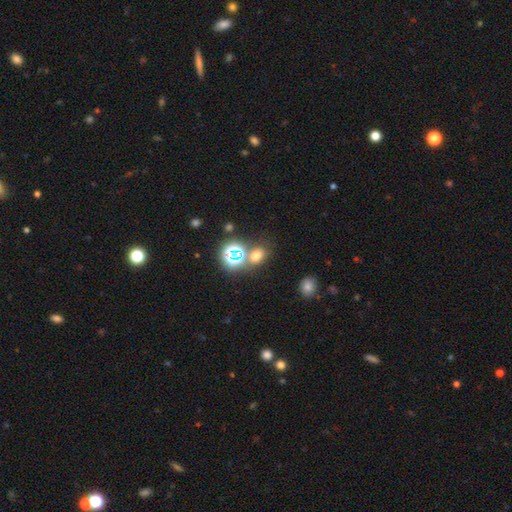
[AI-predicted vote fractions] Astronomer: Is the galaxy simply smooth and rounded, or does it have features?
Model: smooth — 60%.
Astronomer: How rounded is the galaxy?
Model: in between — 57% (runner-up: round, 42%).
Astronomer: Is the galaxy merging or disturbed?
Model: none — 66%.